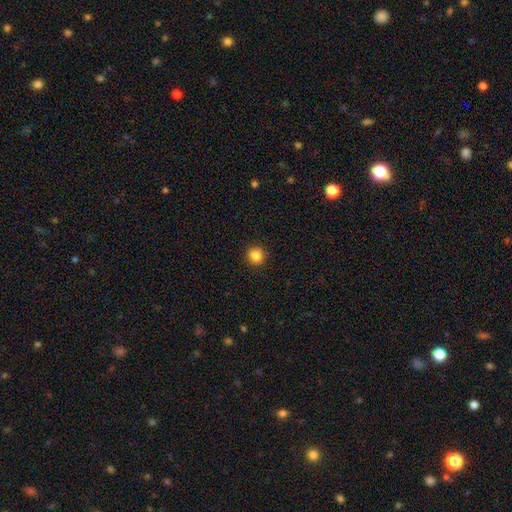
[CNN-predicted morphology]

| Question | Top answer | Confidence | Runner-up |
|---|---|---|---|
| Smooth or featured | smooth | 85% | star or artifact (11%) |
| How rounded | round | 94% | in between (5%) |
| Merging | none | 92% | minor disturbance (5%) |